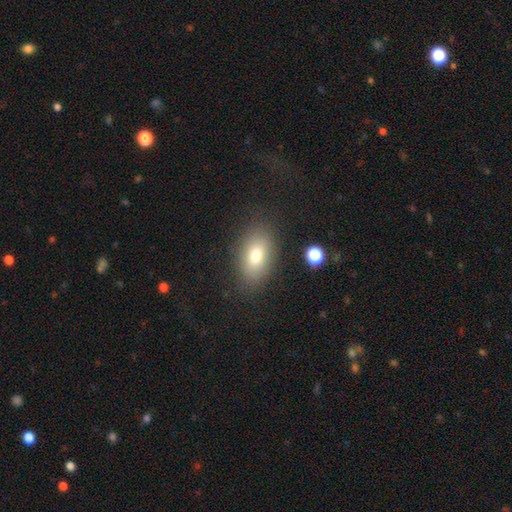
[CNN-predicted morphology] Overall: smooth (75%). How rounded: in between (85%). Merging: none (83%).